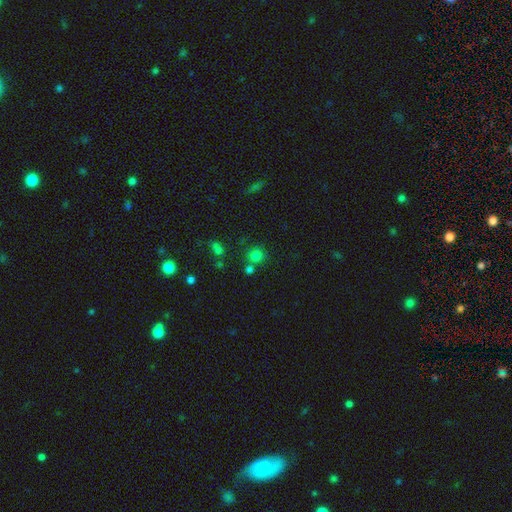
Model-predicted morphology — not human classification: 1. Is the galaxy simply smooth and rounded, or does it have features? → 76% smooth, 18% star or artifact, 6% featured or disk.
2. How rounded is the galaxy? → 88% round, 11% in between, 1% cigar-shaped.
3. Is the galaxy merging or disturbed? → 67% none, 20% merger, 9% minor disturbance, 4% major disturbance.